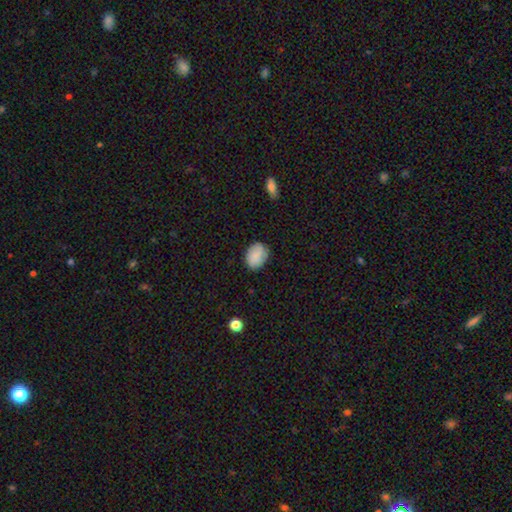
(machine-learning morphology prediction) A smooth galaxy with no disk features (87%) that is in between round and cigar-shaped (69%).

Vote fractions:
- Smooth or featured? smooth: 87% / star or artifact: 7% / featured or disk: 6%
- How rounded? in between: 69% / round: 30% / cigar-shaped: 1%
- Merging? none: 81% / minor disturbance: 14% / major disturbance: 3% / merger: 1%